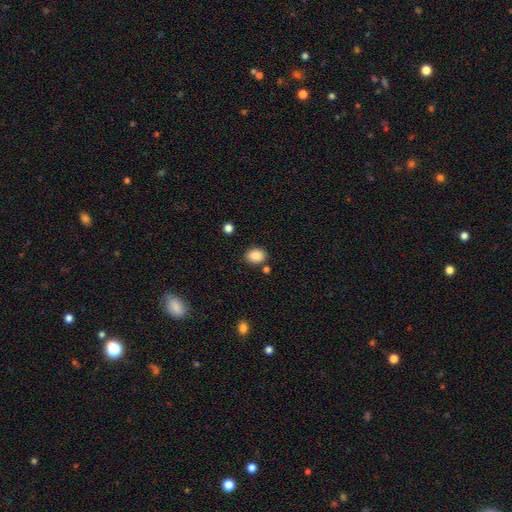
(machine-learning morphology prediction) Overall: smooth (87%). How rounded: in between (59%; round 40%). Merging: none (82%).